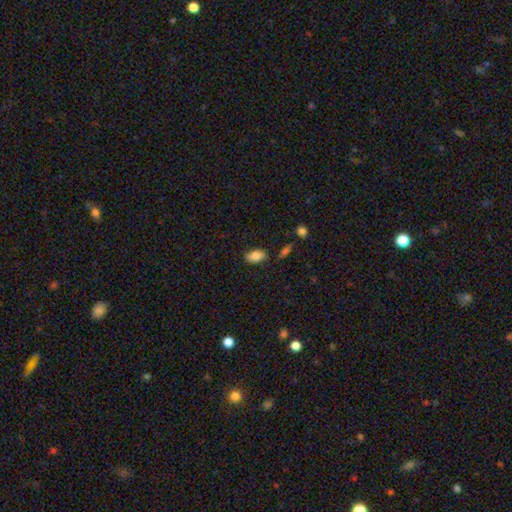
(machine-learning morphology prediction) smooth_or_featured: smooth (p=0.82) [alt: featured or disk p=0.10]
how_rounded: in between (p=0.92) [alt: round p=0.05]
merging: none (p=0.82) [alt: minor disturbance p=0.13]